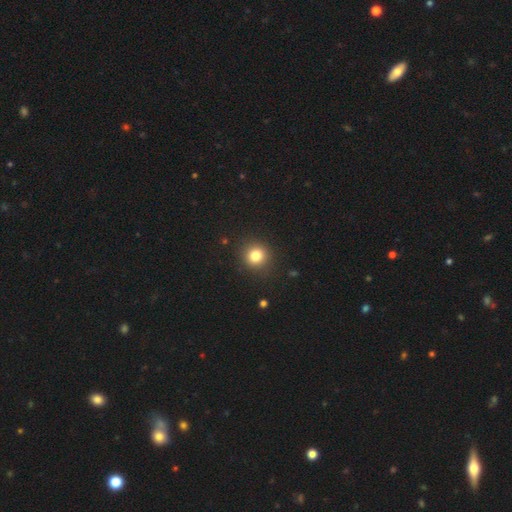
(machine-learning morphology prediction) Smooth or featured: smooth — 81% (star or artifact — 13%)
How rounded: round — 89% (in between — 10%)
Merging: none — 90% (minor disturbance — 7%)